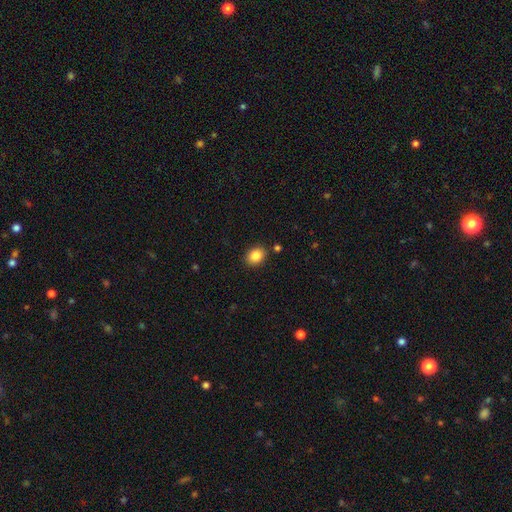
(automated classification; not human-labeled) Morphology: type=smooth (85%); roundness=in between (51%); merging=none (87%).